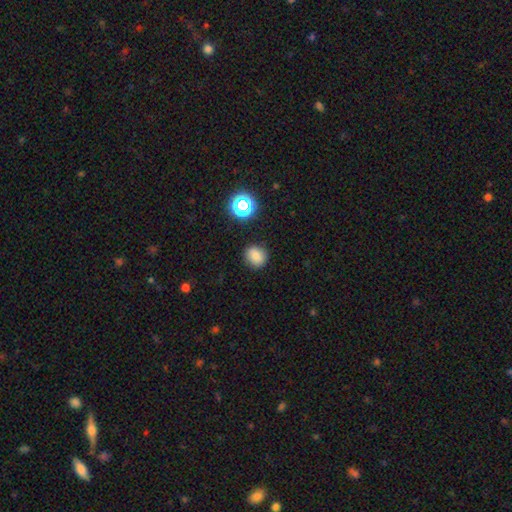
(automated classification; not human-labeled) Overall: smooth (80%). How rounded: round (80%). Merging: none (87%).